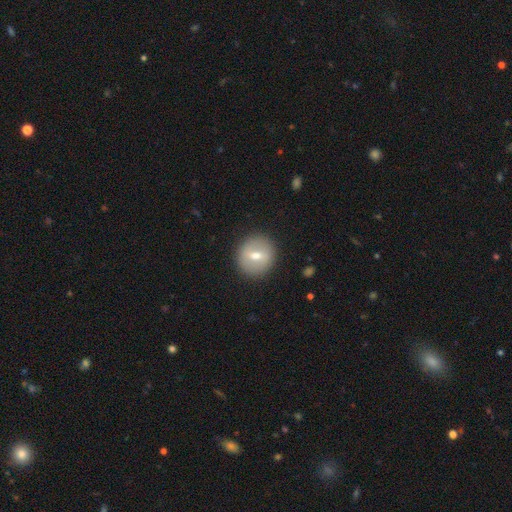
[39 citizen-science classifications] A smooth galaxy with no disk features (56%) that is round (73%).

Vote fractions:
- Smooth or featured? smooth: 56% / featured or disk: 36% / star or artifact: 8%
- How rounded? round: 73% / in between: 27% / cigar-shaped: 0%
- Merging? none: 92% / minor disturbance: 6% / major disturbance: 3% / merger: 0%